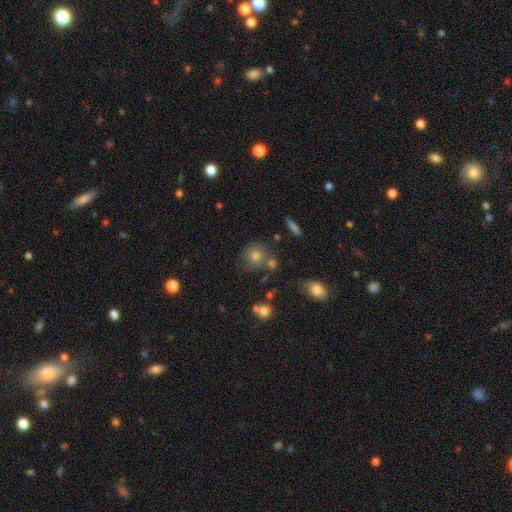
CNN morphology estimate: Smooth or featured: smooth — 73% (star or artifact — 14%)
How rounded: round — 83% (in between — 16%)
Merging: none — 62% (merger — 16%)